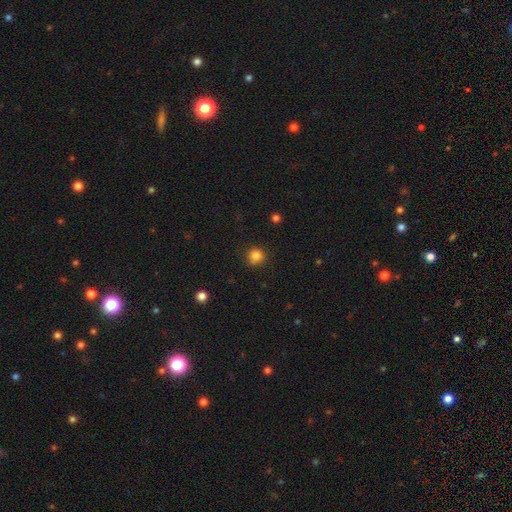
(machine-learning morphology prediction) smooth 83%, star or artifact 12%, featured or disk 4%. Down the decision tree: how rounded — round (90%); merging — none (80%).